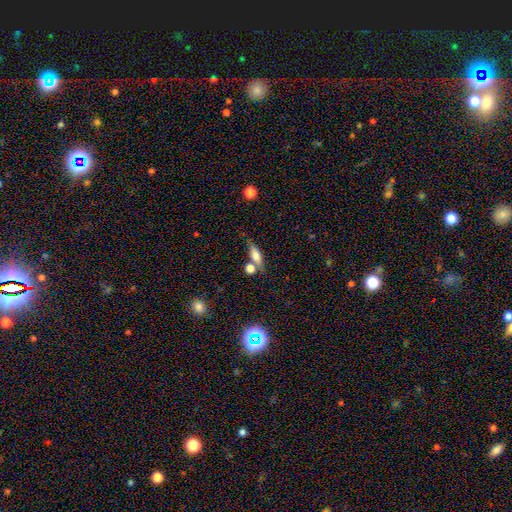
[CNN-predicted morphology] This appears to be a smooth galaxy with no disk features (62%) that is in between round and cigar-shaped (51%). Merging: none (60%).